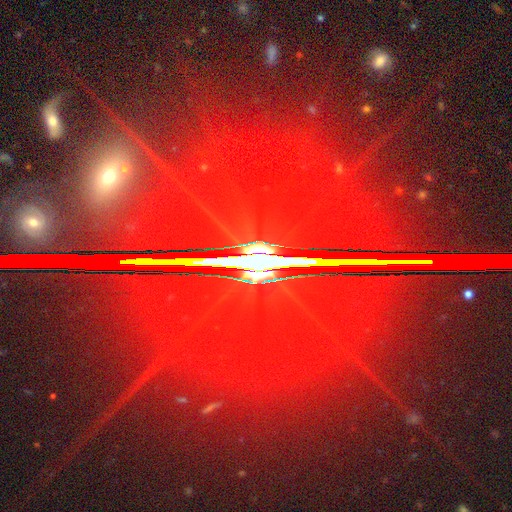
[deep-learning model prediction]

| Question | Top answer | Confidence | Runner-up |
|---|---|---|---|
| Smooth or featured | star or artifact | 77% | featured or disk (16%) |